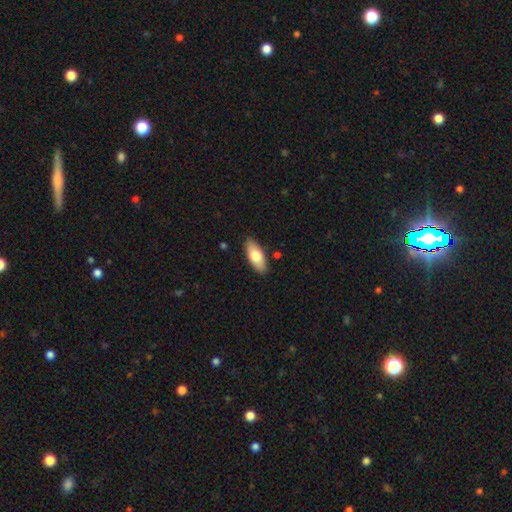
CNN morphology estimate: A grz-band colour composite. It shows a smooth galaxy with no disk features (74%) that is in between round and cigar-shaped (82%). Merging: none (87%).